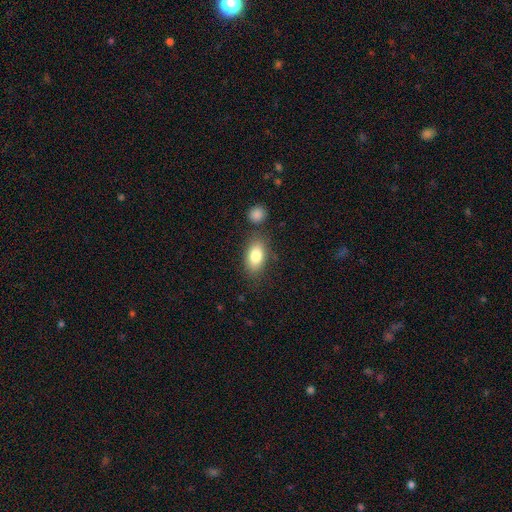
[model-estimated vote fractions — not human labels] Smooth or featured: smooth — 81% (featured or disk — 11%)
How rounded: in between — 90% (round — 7%)
Merging: none — 75% (minor disturbance — 13%)